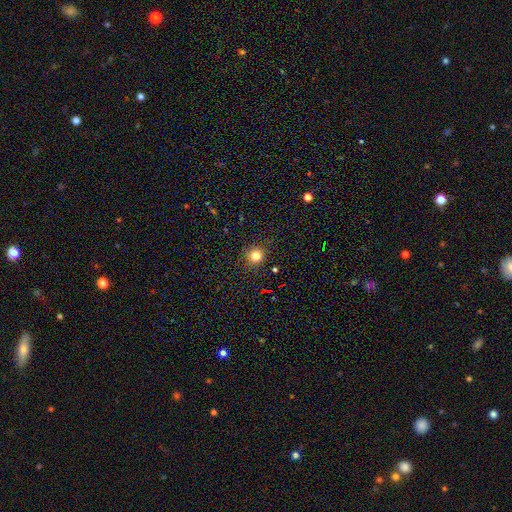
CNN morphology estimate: Smooth or featured? Predicted: smooth (p=0.80). How rounded? Predicted: round (p=0.92). Merging? Predicted: none (p=0.90).